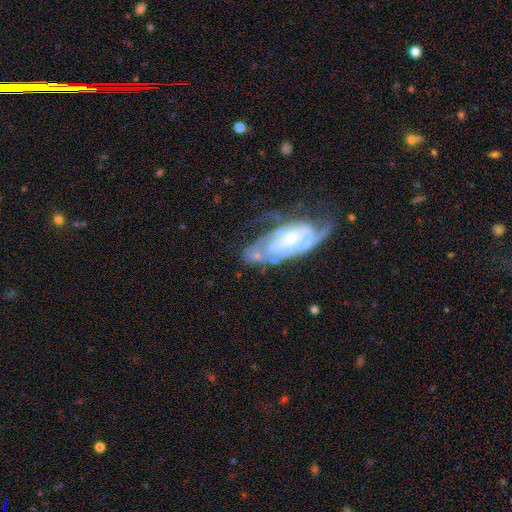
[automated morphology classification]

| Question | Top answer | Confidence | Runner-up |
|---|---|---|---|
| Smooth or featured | featured or disk | 77% | smooth (15%) |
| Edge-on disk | no | 91% | yes (9%) |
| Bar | no | 46% | weak (36%) |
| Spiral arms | yes | 77% | no (23%) |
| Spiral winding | tight | 45% | medium (39%) |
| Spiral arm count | can't tell | 39% | 2 (33%) |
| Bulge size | small | 48% | moderate (38%) |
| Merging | none | 40% | major disturbance (29%) |